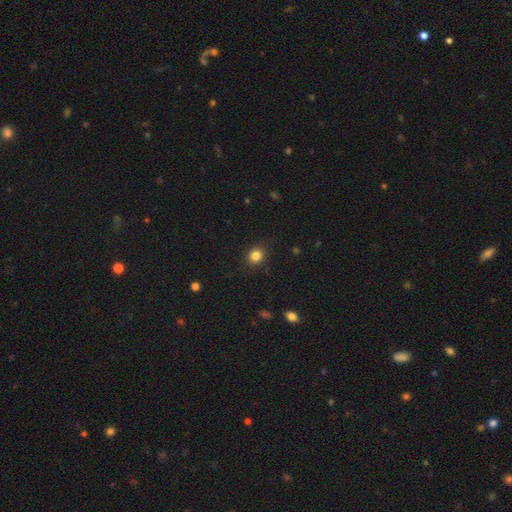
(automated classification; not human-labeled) The model was most divided on "how rounded": round: 78%, in between: 21%, cigar-shaped: 1%. More confident: merging — none (89%); smooth or featured — smooth (84%).